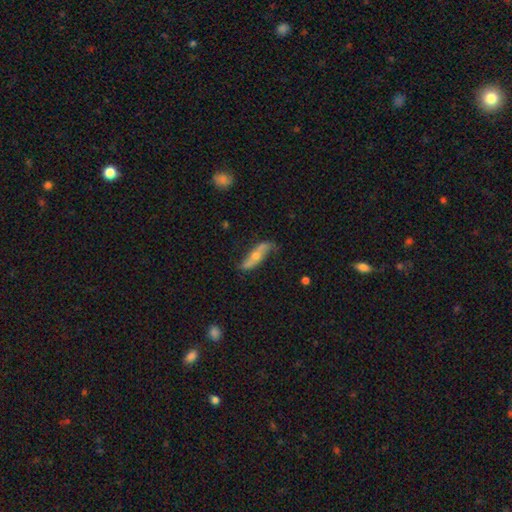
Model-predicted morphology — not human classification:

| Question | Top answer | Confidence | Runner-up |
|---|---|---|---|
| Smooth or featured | featured or disk | 62% | smooth (32%) |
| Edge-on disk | no | 64% | yes (36%) |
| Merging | none | 66% | minor disturbance (24%) |